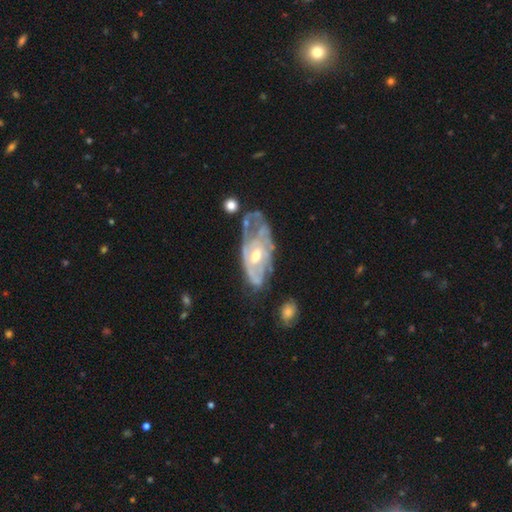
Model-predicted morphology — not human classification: Overall: featured or disk (79%). Edge-on disk: no (91%). Bar: no (68%). Spiral arms: yes (67%; no 33%). Bulge size: moderate (64%; small 31%). Merging: none (38%; minor disturbance 29%).